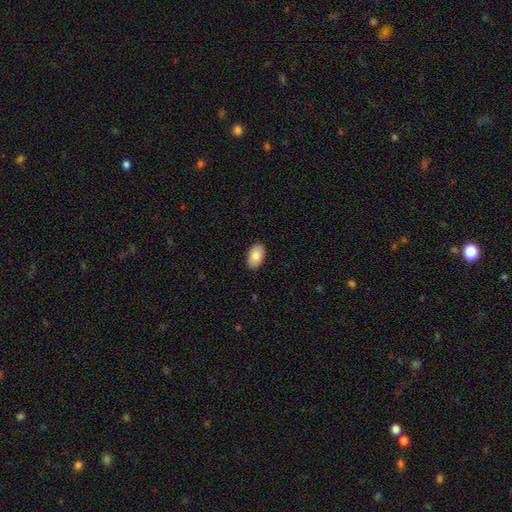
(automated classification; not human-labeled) Smooth or featured?
  - smooth: 86% *
  - featured or disk: 8%
  - star or artifact: 6%
How rounded?
  - in between: 94% *
  - round: 5%
  - cigar-shaped: 1%
Merging?
  - none: 89% *
  - minor disturbance: 8%
  - major disturbance: 2%
  - merger: 1%